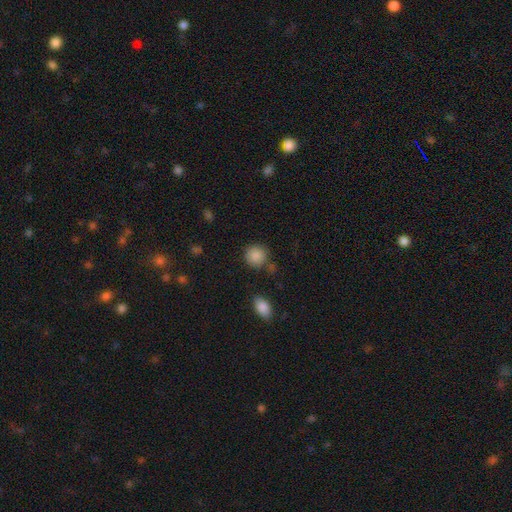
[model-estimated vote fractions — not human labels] Overall: smooth (87%). How rounded: round (89%). Merging: none (76%).